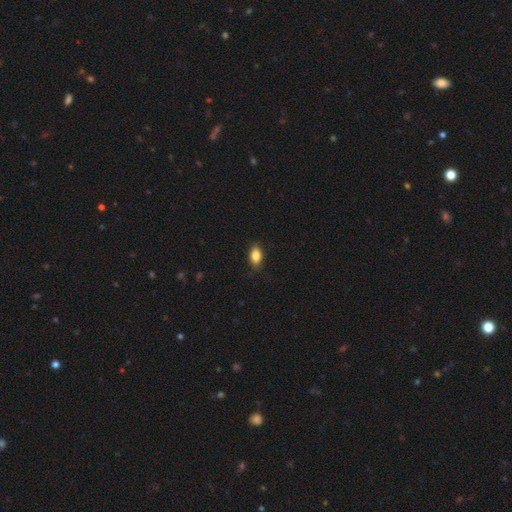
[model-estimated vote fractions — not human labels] smooth 86%, star or artifact 8%, featured or disk 6%. Down the decision tree: how rounded — in between (89%); merging — none (85%).